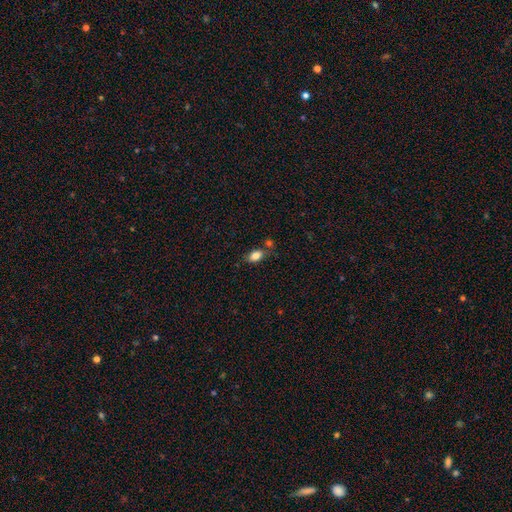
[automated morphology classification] The model was most divided on "merging": none: 68%, minor disturbance: 15%, merger: 13%, major disturbance: 4%. More confident: how rounded — in between (88%); smooth or featured — smooth (83%).